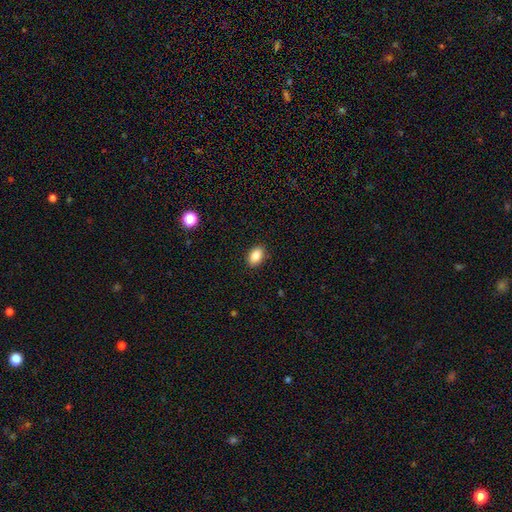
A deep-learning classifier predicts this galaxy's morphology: The model was most divided on "how rounded": in between: 86%, round: 13%, cigar-shaped: 1%. More confident: merging — none (88%); smooth or featured — smooth (87%).